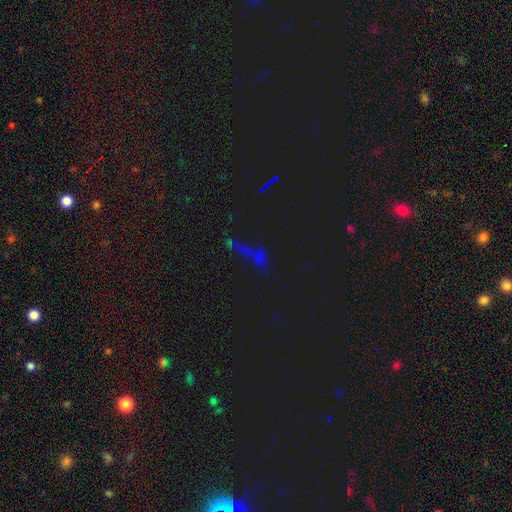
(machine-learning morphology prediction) star or artifact 64%, smooth 23%, featured or disk 13%.